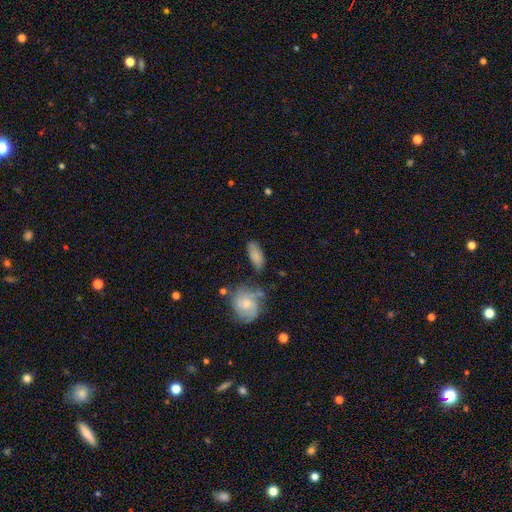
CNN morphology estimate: Overall: smooth (74%). How rounded: in between (82%). Merging: none (63%).